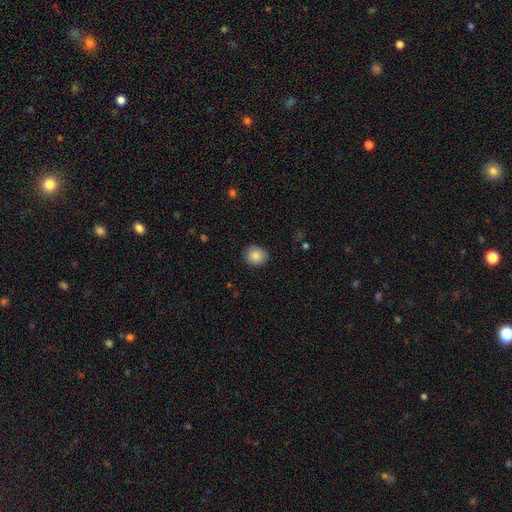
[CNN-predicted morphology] Smooth or featured? Predicted: smooth (p=0.87). How rounded? Predicted: round (p=0.80). Merging? Predicted: none (p=0.89).